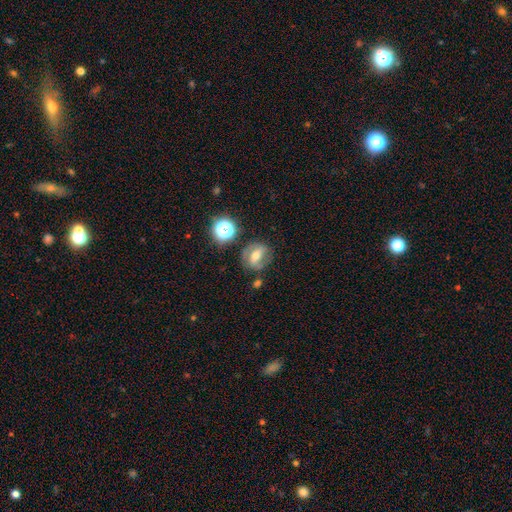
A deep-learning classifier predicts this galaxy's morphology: Smooth or featured? featured or disk (60%)
Edge-on disk? no (94%)
Bar? strong (46%)
Spiral arms? yes (75%)
Bulge size? moderate (63%)
Merging? none (71%)